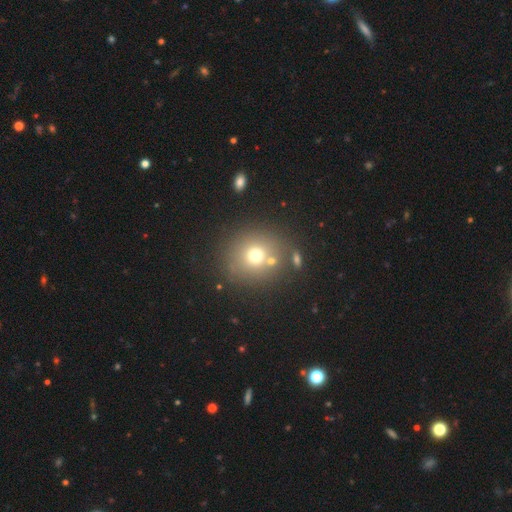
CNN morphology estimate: A smooth galaxy with no disk features (69%) that is round (89%). Merging: none (73%).